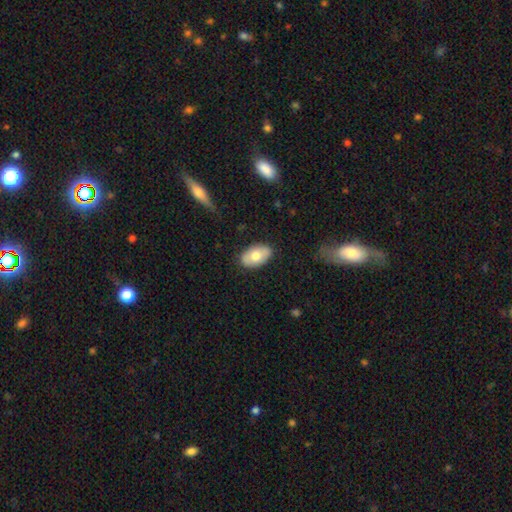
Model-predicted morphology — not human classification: Smooth or featured?
  - smooth: 68% *
  - featured or disk: 25%
  - star or artifact: 6%
How rounded?
  - in between: 91% *
  - round: 8%
  - cigar-shaped: 1%
Merging?
  - none: 84% *
  - minor disturbance: 12%
  - major disturbance: 3%
  - merger: 1%